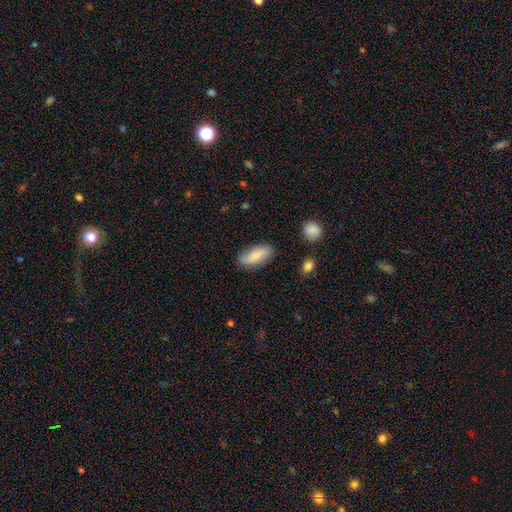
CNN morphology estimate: Q: Smooth or featured?
A: smooth (75%); runner-up: featured or disk (19%)
Q: How rounded?
A: in between (82%); runner-up: cigar-shaped (15%)
Q: Merging?
A: none (77%); runner-up: minor disturbance (17%)